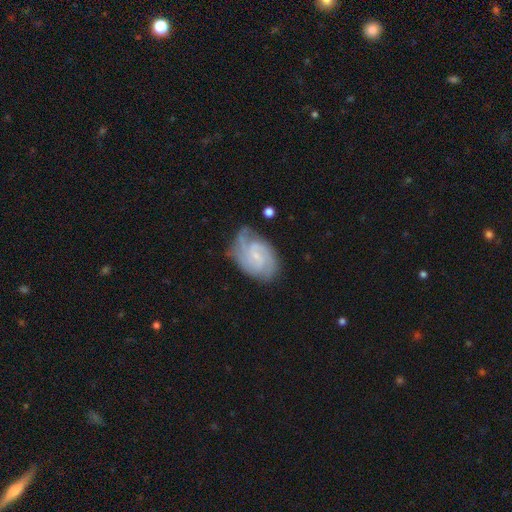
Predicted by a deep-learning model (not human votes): Morphology: type=featured or disk (84%); edge-on=no (98%); bar=no (47%); spiral arms=yes (97%); winding=tight (49%); arm count=2 (35%); bulge=small (72%); merging=none (67%).